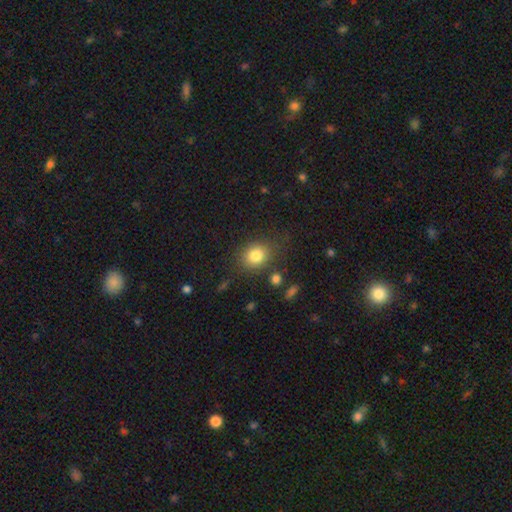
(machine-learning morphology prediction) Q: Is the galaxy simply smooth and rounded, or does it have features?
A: smooth — 82%.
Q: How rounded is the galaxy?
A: round — 64%.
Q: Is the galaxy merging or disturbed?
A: none — 77%.